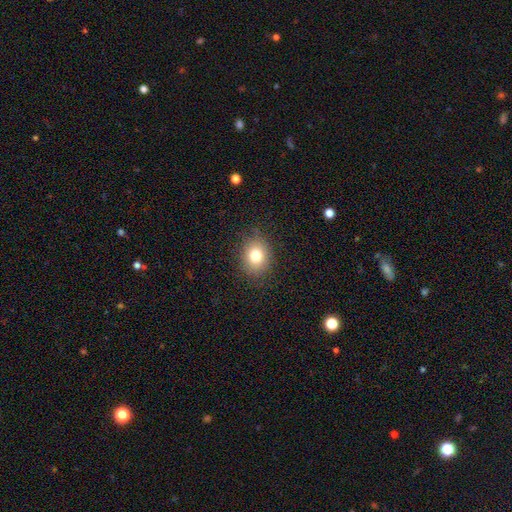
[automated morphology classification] A smooth galaxy with no disk features (78%) that is round (53%).

Vote fractions:
- Smooth or featured? smooth: 78% / star or artifact: 12% / featured or disk: 10%
- How rounded? round: 53% / in between: 46% / cigar-shaped: 1%
- Merging? none: 86% / minor disturbance: 10% / major disturbance: 3% / merger: 1%